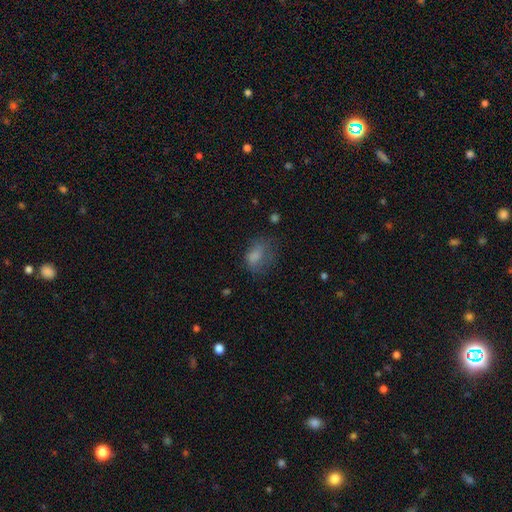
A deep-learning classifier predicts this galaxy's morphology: type=smooth (74%); roundness=in between (74%); merging=none (42%).